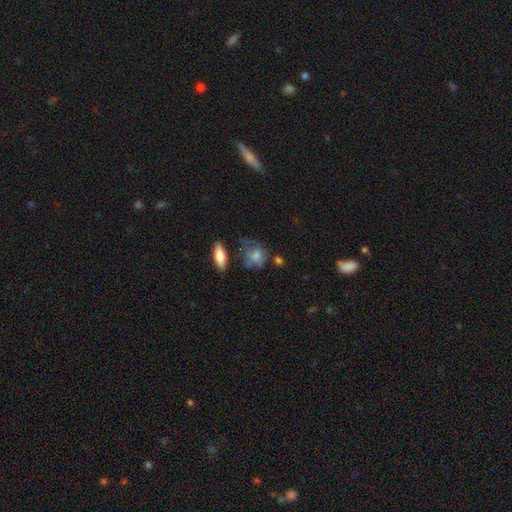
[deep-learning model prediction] smooth 65%, featured or disk 25%, star or artifact 10%. Down the decision tree: how rounded — round (52%); merging — none (45%).